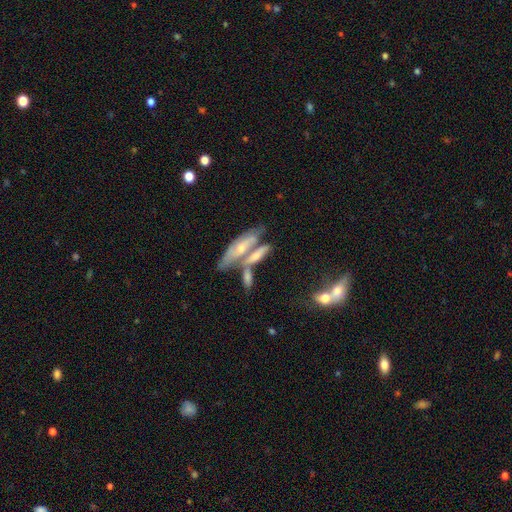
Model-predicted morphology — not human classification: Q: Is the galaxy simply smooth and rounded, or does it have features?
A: featured or disk — 51%.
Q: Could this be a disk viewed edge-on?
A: no — 55%.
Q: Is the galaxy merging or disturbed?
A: merger — 50%.